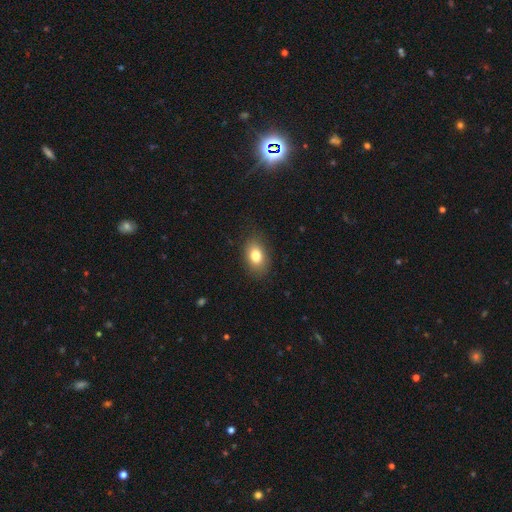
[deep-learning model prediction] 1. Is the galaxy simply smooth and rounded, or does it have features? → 81% smooth, 10% featured or disk, 9% star or artifact.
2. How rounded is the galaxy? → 82% in between, 16% round, 1% cigar-shaped.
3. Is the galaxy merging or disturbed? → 83% none, 12% minor disturbance, 4% major disturbance, 1% merger.